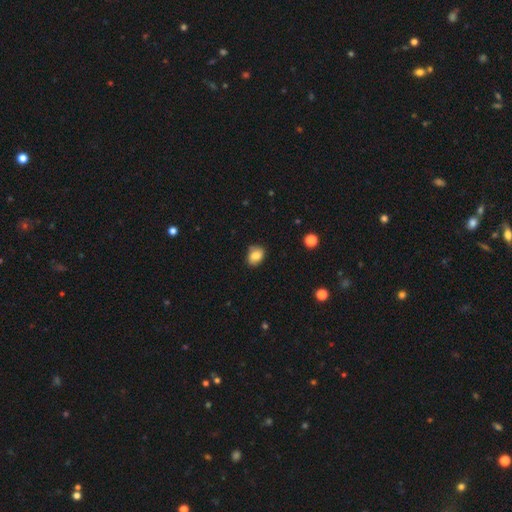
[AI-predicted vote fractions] smooth 81%, featured or disk 10%, star or artifact 9%. Down the decision tree: how rounded — in between (58%); merging — none (72%).